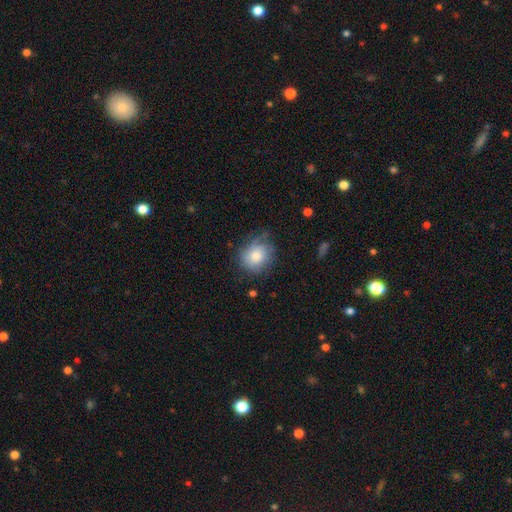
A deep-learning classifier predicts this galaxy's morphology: smooth-or-featured: smooth: 72% | featured or disk: 19% | star or artifact: 8%
  how-rounded: round: 74% | in between: 25% | cigar-shaped: 1%
  merging: none: 62% | minor disturbance: 28% | major disturbance: 9% | merger: 1%